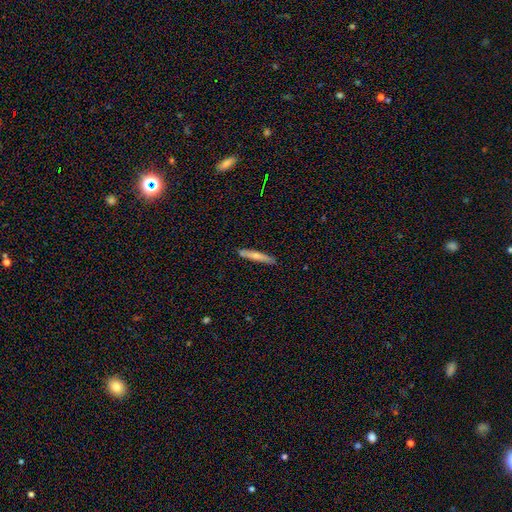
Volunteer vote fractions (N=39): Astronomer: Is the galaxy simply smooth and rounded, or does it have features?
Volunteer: smooth — 64%.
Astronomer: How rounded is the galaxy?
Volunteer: cigar-shaped — 100%.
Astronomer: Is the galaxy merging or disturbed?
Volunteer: none — 92%.